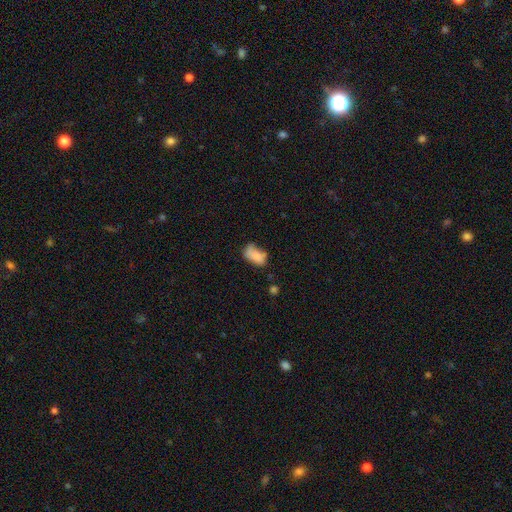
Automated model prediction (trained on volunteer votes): Smooth or featured? smooth (77%)
How rounded? in between (89%)
Merging? none (38%)